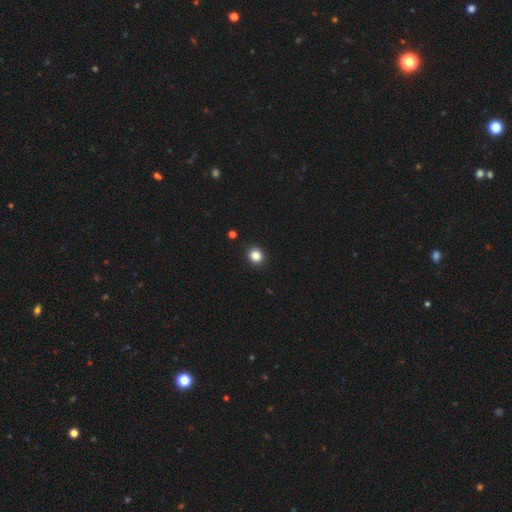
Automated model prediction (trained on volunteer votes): Q: Smooth or featured?
A: smooth (85%); runner-up: star or artifact (11%)
Q: How rounded?
A: round (78%); runner-up: in between (21%)
Q: Merging?
A: none (92%); runner-up: minor disturbance (6%)